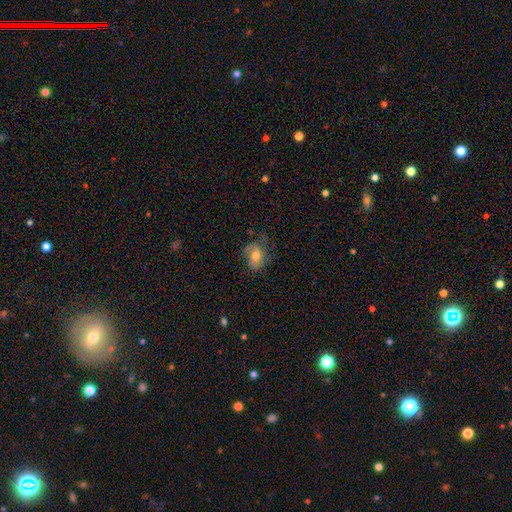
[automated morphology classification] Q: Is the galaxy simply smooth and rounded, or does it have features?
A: smooth — 48%.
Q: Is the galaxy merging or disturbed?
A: none — 60%.